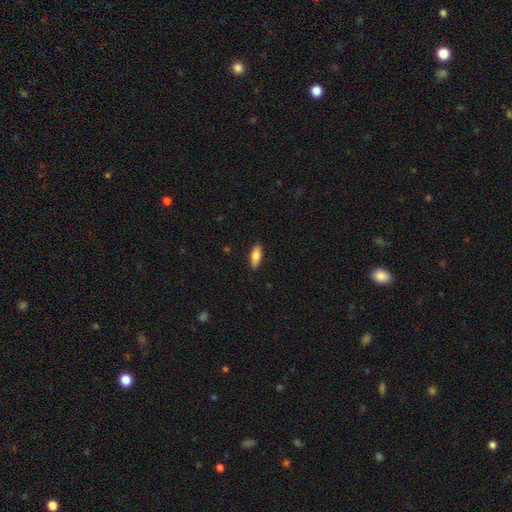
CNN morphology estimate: Overall: smooth (76%). How rounded: in between (72%). Merging: none (89%).